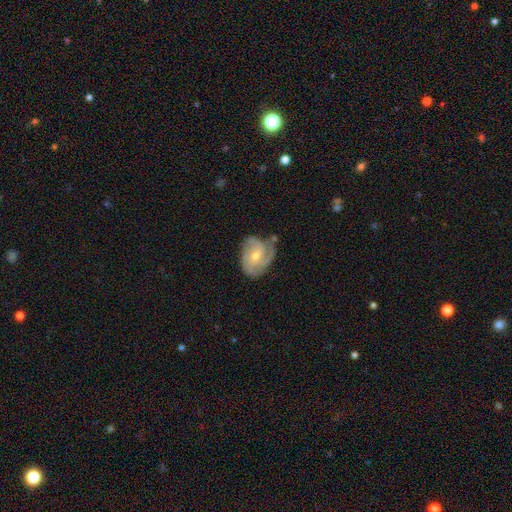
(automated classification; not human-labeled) smooth-or-featured: featured or disk: 81% | smooth: 13% | star or artifact: 6%
  disk-edge-on: no: 97% | yes: 3%
    bar: no: 52% | weak: 39% | strong: 9%
    has-spiral-arms: yes: 95% | no: 5%
      spiral-winding: tight: 48% | medium: 41% | loose: 11%
      spiral-arm-count: 2: 35% | 3: 33% | can't tell: 17% | 1: 6% | 4: 5% | more than 4: 3%
    bulge-size: small: 53% | moderate: 44% | none: 1% | large: 1% | dominant: 1%
  merging: none: 60% | minor disturbance: 26% | major disturbance: 10% | merger: 3%